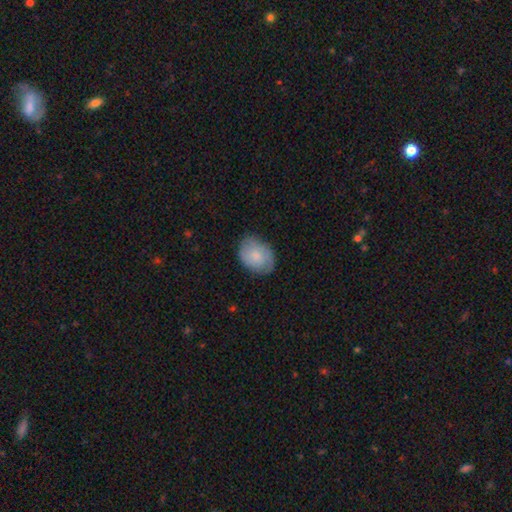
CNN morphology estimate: smooth_or_featured: smooth (p=0.66) [alt: featured or disk p=0.28]
how_rounded: in between (p=0.70) [alt: round p=0.29]
merging: none (p=0.74) [alt: minor disturbance p=0.21]